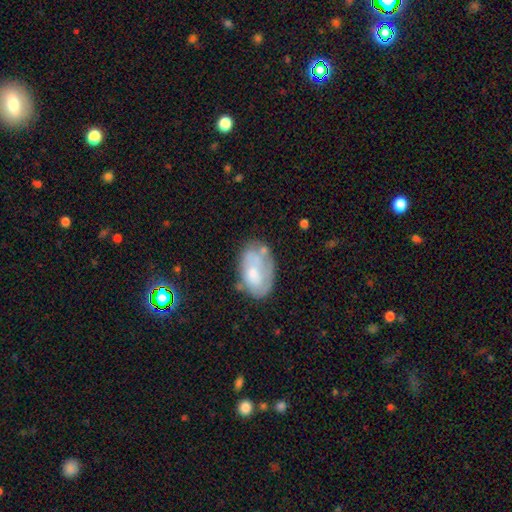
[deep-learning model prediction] Smooth or featured: smooth — 50% (featured or disk — 42%)
How rounded: in between — 89% (round — 10%)
Merging: none — 44% (minor disturbance — 29%)